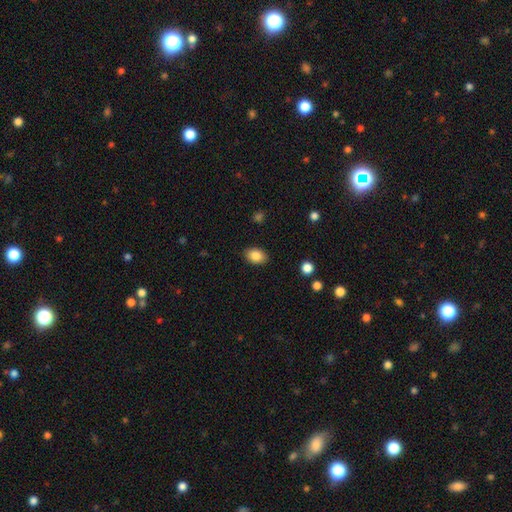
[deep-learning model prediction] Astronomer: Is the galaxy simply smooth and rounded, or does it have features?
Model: smooth — 85%.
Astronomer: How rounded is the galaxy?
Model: in between — 81%.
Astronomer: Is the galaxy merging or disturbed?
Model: none — 87%.